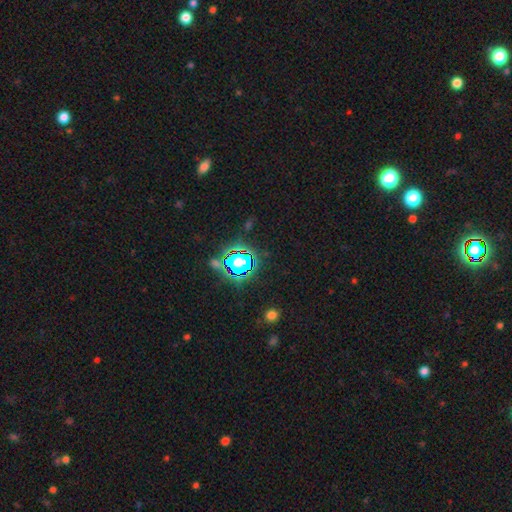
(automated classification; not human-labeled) Morphology: type=star or artifact (80%).